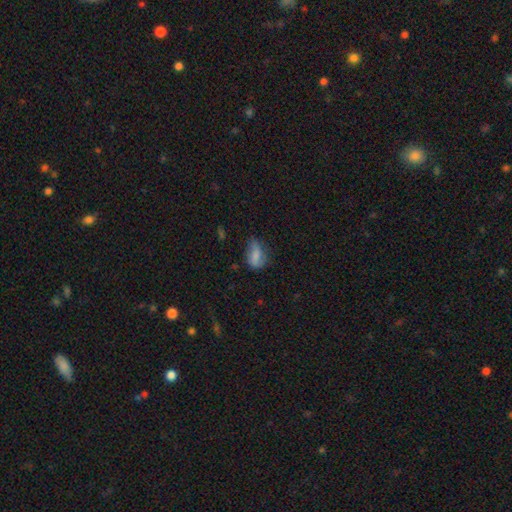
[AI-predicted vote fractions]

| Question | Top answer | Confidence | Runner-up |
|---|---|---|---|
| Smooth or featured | smooth | 66% | featured or disk (25%) |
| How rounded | in between | 84% | round (11%) |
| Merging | none | 42% | minor disturbance (36%) |